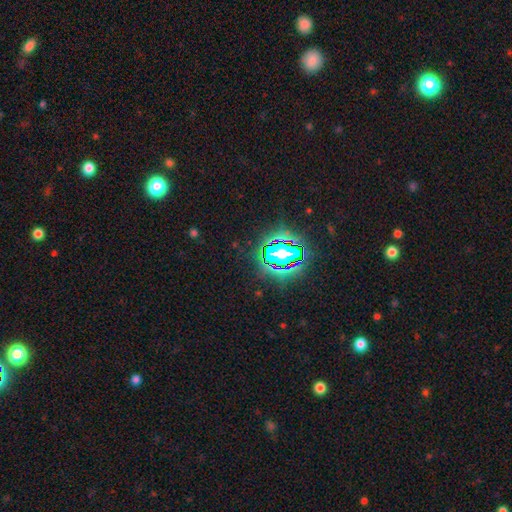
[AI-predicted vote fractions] This is likely a star or artifact rather than a galaxy (77%).